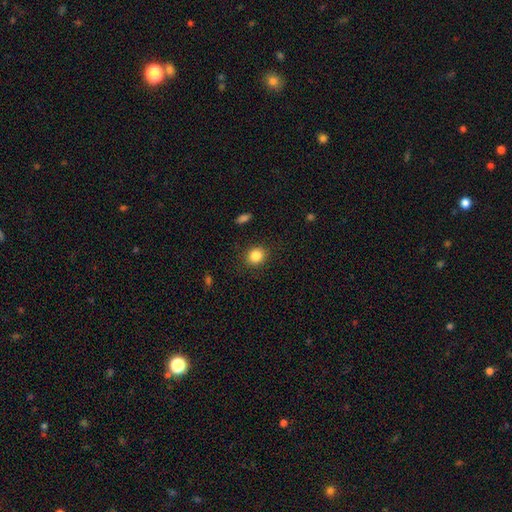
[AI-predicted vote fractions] A smooth galaxy with no disk features (85%) that is round (75%). Merging: none (87%).